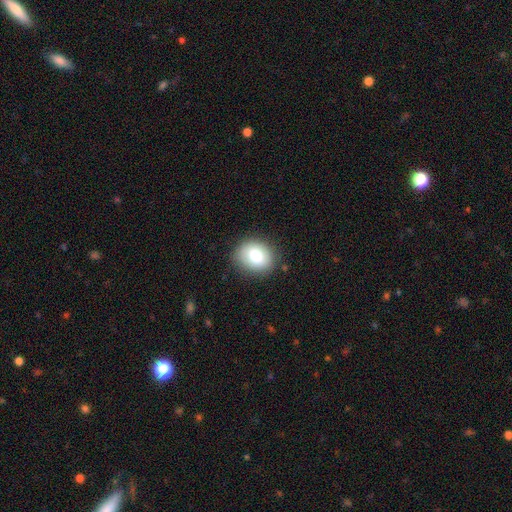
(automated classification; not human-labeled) A smooth galaxy with no disk features (78%) that is round (58%). Merging: none (84%).